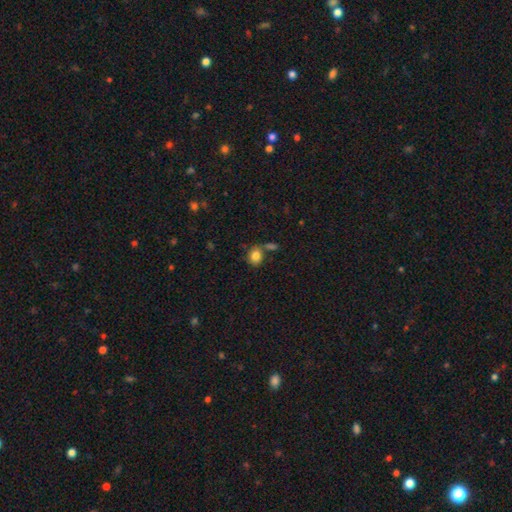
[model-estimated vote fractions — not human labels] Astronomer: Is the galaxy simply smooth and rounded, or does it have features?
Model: smooth — 82%.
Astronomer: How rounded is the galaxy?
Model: round — 60% (runner-up: in between, 39%).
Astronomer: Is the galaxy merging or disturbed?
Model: none — 62%.